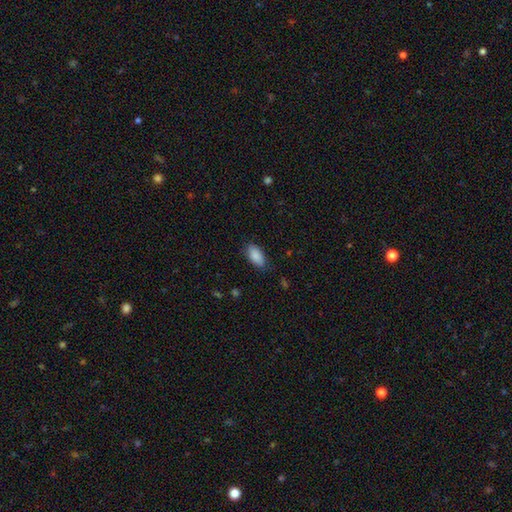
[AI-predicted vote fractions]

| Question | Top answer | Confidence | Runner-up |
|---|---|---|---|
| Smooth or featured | smooth | 89% | star or artifact (7%) |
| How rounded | in between | 93% | cigar-shaped (5%) |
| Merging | none | 81% | minor disturbance (15%) |